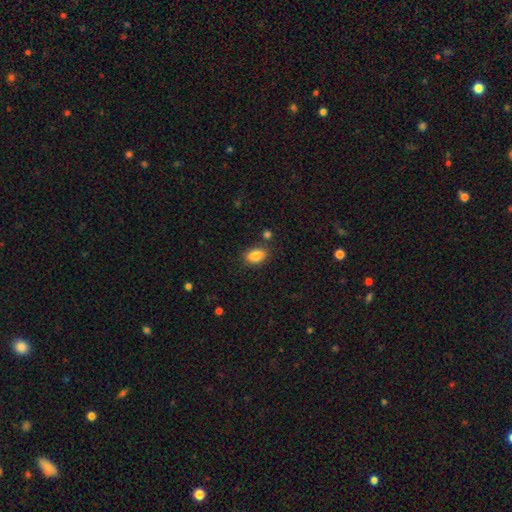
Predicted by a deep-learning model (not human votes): This is clearly a smooth galaxy (86%). How rounded: clearly in between (86%). Merging: clearly none (82%).